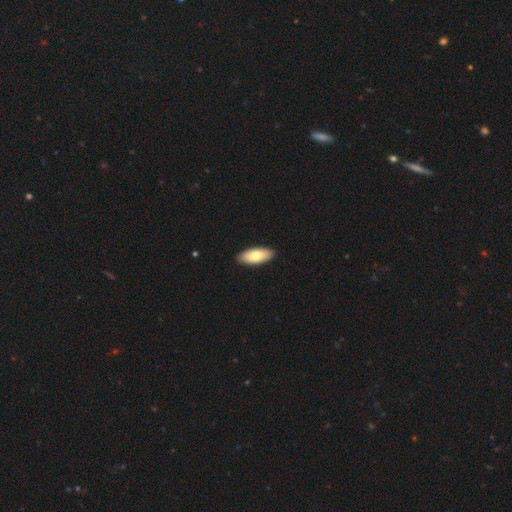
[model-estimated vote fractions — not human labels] Q: Smooth or featured?
A: smooth (76%); runner-up: featured or disk (19%)
Q: How rounded?
A: in between (86%); runner-up: cigar-shaped (13%)
Q: Merging?
A: none (91%); runner-up: minor disturbance (7%)